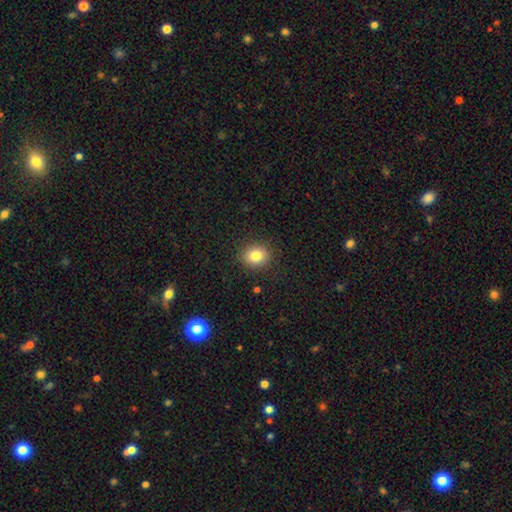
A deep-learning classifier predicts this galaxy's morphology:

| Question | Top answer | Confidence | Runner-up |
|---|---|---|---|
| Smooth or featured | smooth | 82% | star or artifact (11%) |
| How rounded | round | 71% | in between (28%) |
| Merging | none | 89% | minor disturbance (7%) |